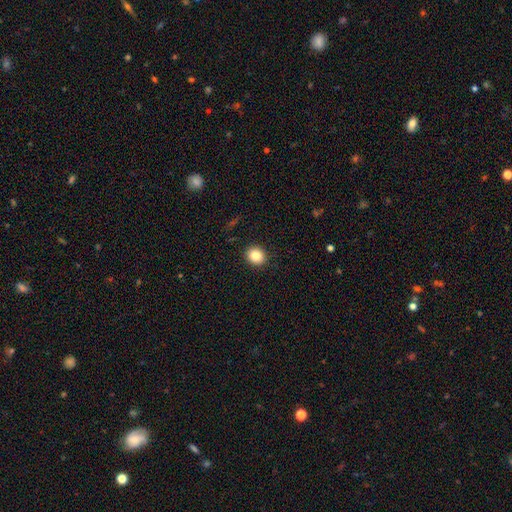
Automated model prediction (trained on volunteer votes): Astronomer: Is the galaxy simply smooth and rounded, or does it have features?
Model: smooth — 83%.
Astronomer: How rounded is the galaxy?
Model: round — 81%.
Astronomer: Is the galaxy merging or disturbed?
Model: none — 92%.